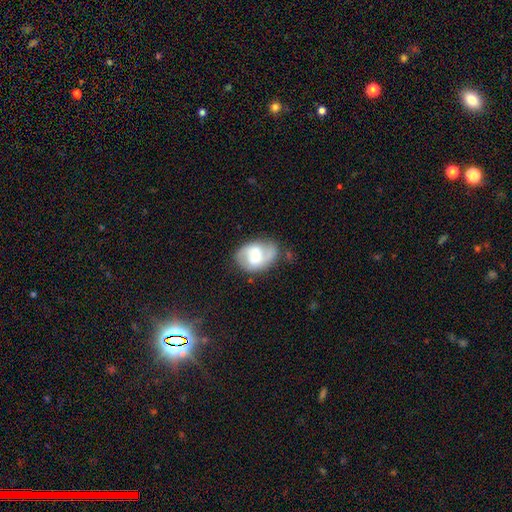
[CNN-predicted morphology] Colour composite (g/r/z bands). It shows a featured or disk galaxy (55%) with a weak bar (45%), spiral arms (77%) and a moderate central bulge (38%). Merging: none (57%).